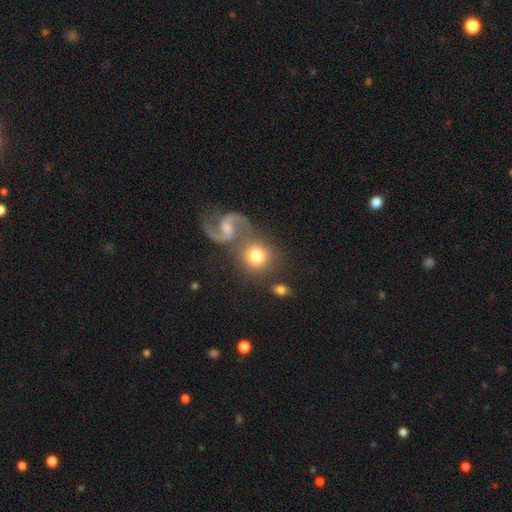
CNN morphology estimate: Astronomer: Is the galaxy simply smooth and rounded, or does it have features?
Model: smooth — 63%.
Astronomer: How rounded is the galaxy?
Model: round — 84%.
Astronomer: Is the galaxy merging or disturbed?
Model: none — 53% (runner-up: merger, 32%).